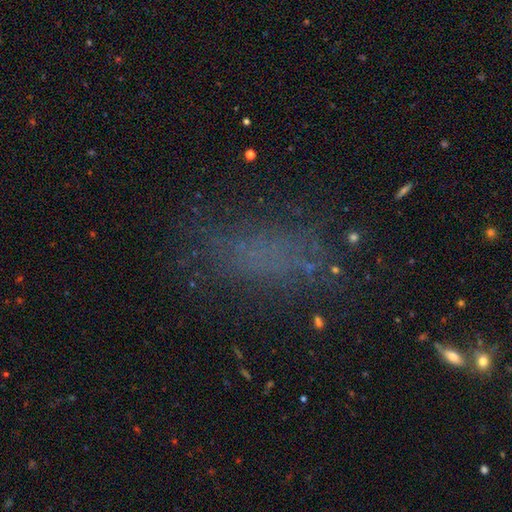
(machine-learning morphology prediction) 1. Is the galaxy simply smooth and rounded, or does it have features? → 53% smooth, 27% star or artifact, 21% featured or disk.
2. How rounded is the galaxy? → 74% in between, 18% cigar-shaped, 8% round.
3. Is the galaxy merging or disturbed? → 59% none, 19% minor disturbance, 19% major disturbance, 3% merger.